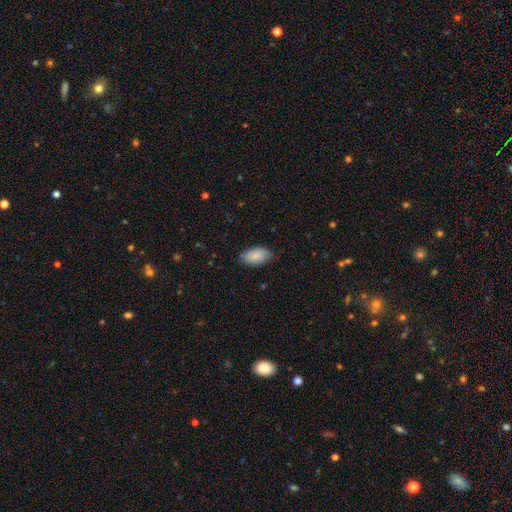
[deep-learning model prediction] This is clearly a smooth galaxy (83%). How rounded: clearly in between (94%). Merging: likely none (76%).